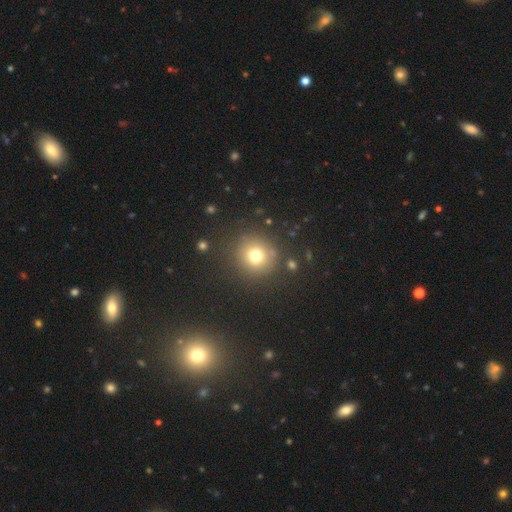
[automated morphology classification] A smooth galaxy with no disk features (73%) that is round (92%).

Vote fractions:
- Smooth or featured? smooth: 73% / star or artifact: 17% / featured or disk: 10%
- How rounded? round: 92% / in between: 7% / cigar-shaped: 1%
- Merging? none: 85% / minor disturbance: 8% / major disturbance: 4% / merger: 3%